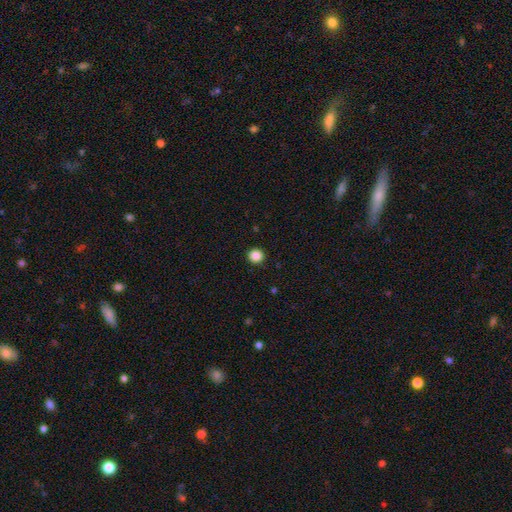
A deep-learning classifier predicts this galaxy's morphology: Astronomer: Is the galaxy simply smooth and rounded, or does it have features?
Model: smooth — 87%.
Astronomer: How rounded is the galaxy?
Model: round — 91%.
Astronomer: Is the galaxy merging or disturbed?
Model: none — 93%.